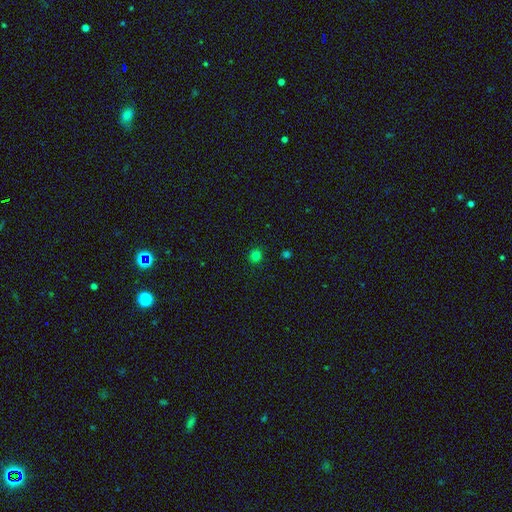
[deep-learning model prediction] Smooth or featured? Predicted: smooth (p=0.79). How rounded? Predicted: round (p=0.91). Merging? Predicted: none (p=0.91).